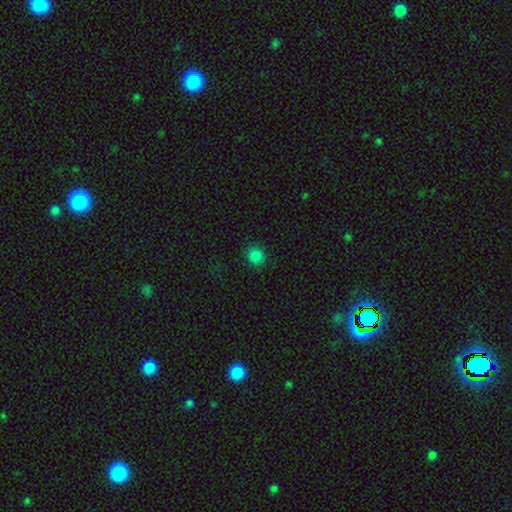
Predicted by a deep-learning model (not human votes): Smooth or featured: smooth — 84% (star or artifact — 12%)
How rounded: round — 90% (in between — 9%)
Merging: none — 90% (minor disturbance — 7%)